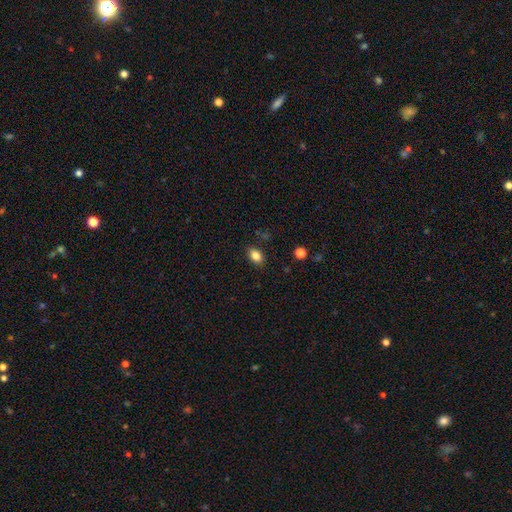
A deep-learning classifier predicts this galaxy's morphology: Smooth or featured? Predicted: smooth (p=0.85). How rounded? Predicted: in between (p=0.78). Merging? Predicted: none (p=0.86).